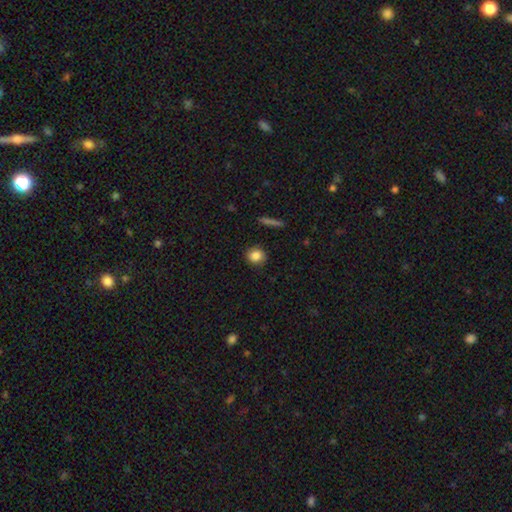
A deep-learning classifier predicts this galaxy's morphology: Smooth or featured? smooth (85%)
How rounded? round (82%)
Merging? none (90%)